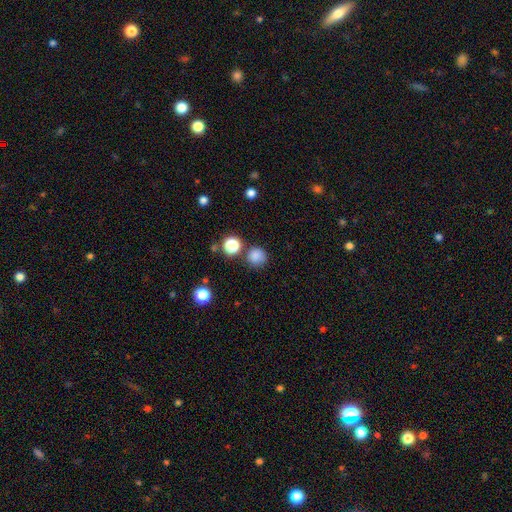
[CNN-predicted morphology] Q: Smooth or featured?
A: smooth (82%); runner-up: star or artifact (14%)
Q: How rounded?
A: round (93%); runner-up: in between (6%)
Q: Merging?
A: none (78%); runner-up: minor disturbance (10%)